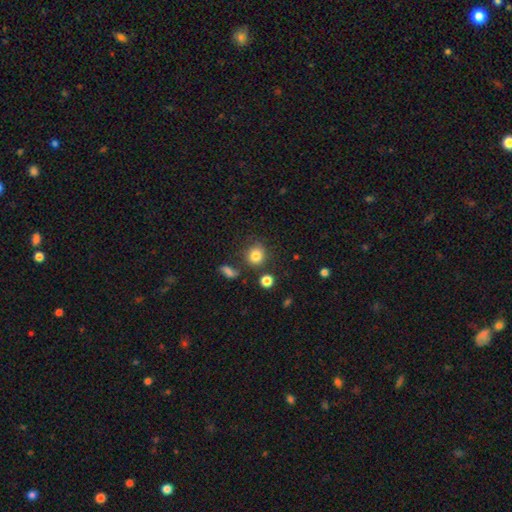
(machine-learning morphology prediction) Smooth or featured? Predicted: smooth (p=0.83). How rounded? Predicted: round (p=0.80). Merging? Predicted: none (p=0.78).